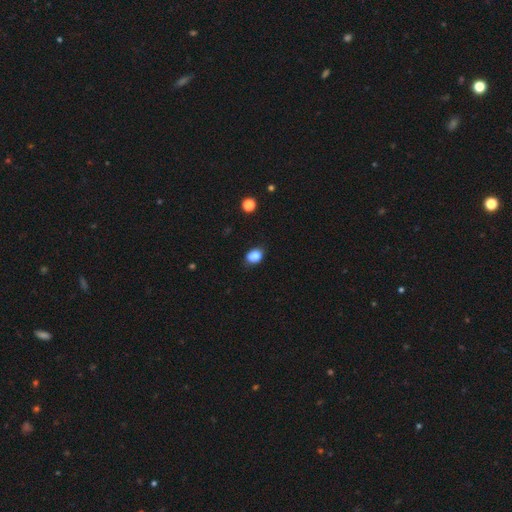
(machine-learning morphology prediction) smooth 84%, star or artifact 10%, featured or disk 5%. Down the decision tree: how rounded — in between (66%); merging — none (70%).